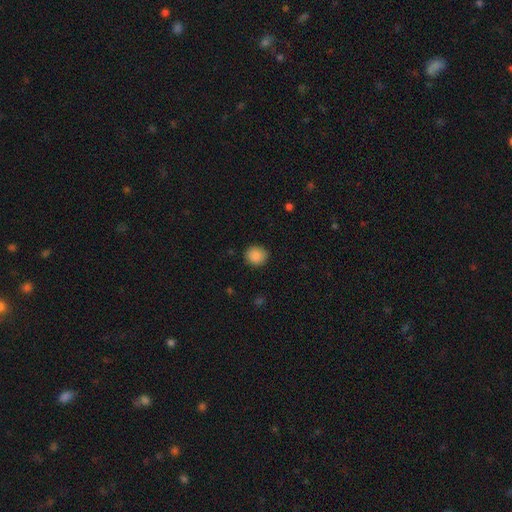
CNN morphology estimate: Q: Smooth or featured?
A: smooth (88%); runner-up: star or artifact (9%)
Q: How rounded?
A: round (85%); runner-up: in between (14%)
Q: Merging?
A: none (89%); runner-up: minor disturbance (8%)